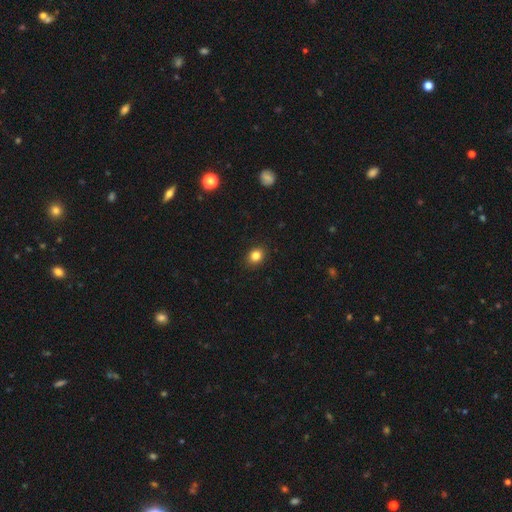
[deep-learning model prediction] smooth 84%, star or artifact 11%, featured or disk 5%. Down the decision tree: how rounded — round (59%); merging — none (90%).